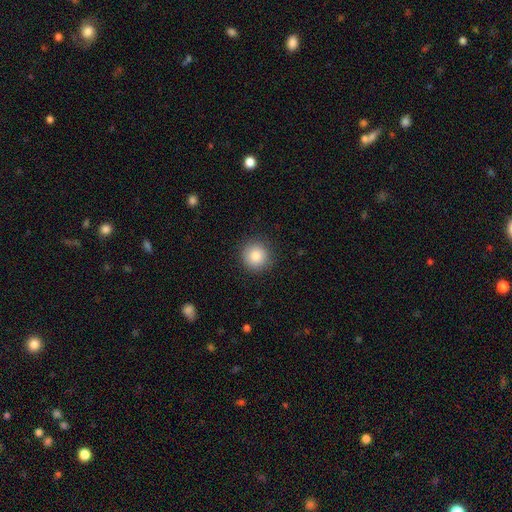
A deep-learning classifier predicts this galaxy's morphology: This is clearly a smooth galaxy (85%). How rounded: clearly round (94%). Merging: clearly none (89%).